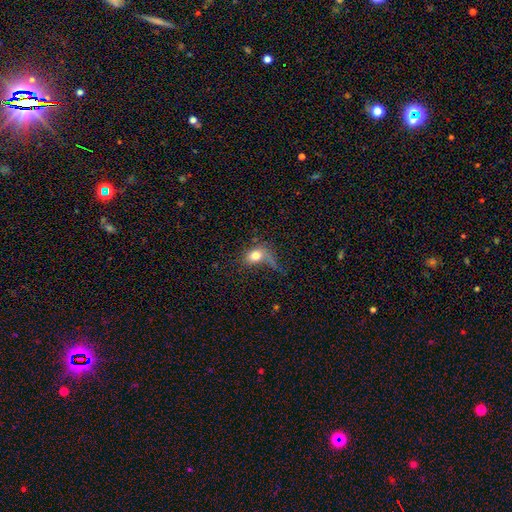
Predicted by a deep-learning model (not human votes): A smooth galaxy with no disk features (76%) that is in between round and cigar-shaped (62%). Merging: none (39%).